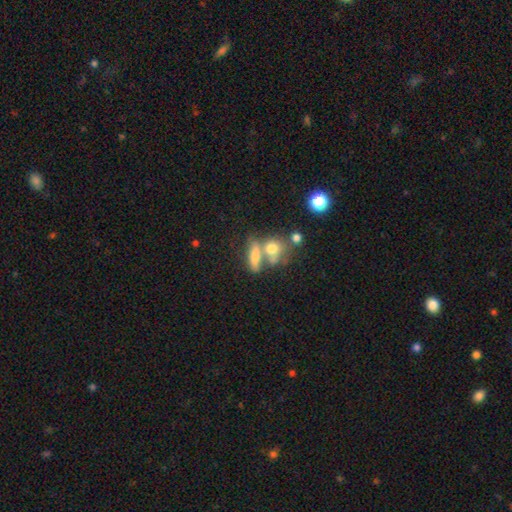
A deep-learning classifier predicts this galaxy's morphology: Smooth or featured? smooth (60%)
How rounded? in between (45%)
Merging? merger (42%)